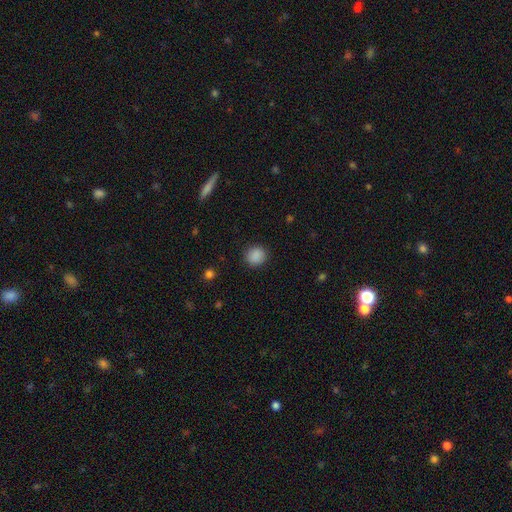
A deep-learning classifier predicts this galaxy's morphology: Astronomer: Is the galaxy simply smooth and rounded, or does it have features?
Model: smooth — 88%.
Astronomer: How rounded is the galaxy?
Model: round — 86%.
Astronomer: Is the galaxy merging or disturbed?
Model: none — 89%.